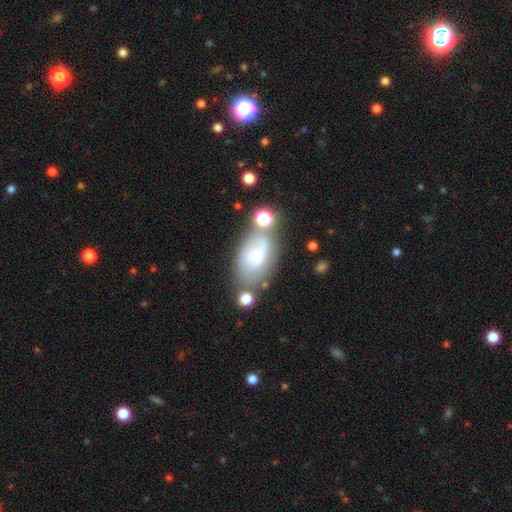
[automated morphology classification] The model was most divided on "smooth or featured": smooth: 46%, featured or disk: 43%, star or artifact: 10%. Remaining: merging — none (48%).